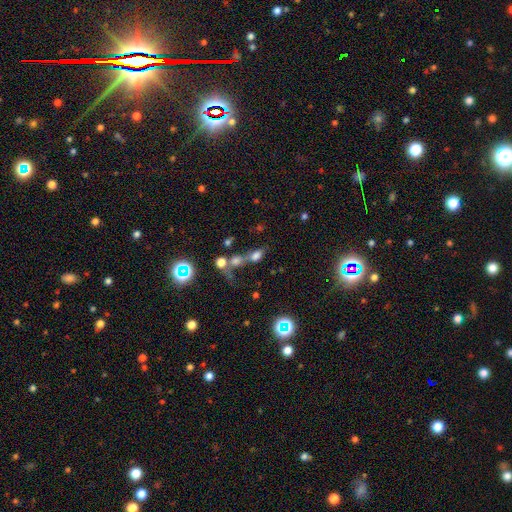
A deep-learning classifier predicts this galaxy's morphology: This appears to be a smooth galaxy with no disk features (65%) that is in between round and cigar-shaped (68%). Merging: merger (53%).